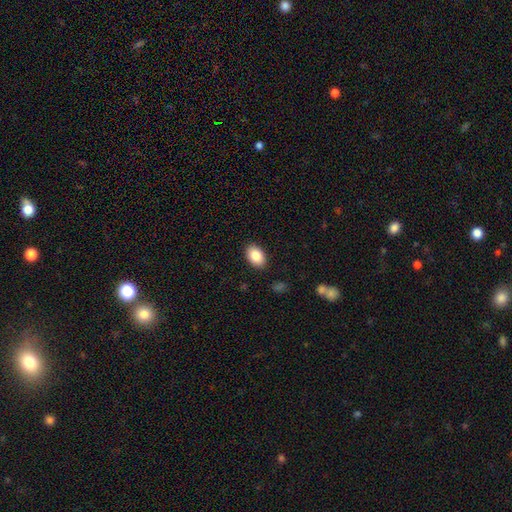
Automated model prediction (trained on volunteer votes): Smooth or featured?
  - smooth: 87% *
  - star or artifact: 7%
  - featured or disk: 6%
How rounded?
  - in between: 88% *
  - round: 11%
  - cigar-shaped: 1%
Merging?
  - none: 89% *
  - minor disturbance: 8%
  - major disturbance: 2%
  - merger: 1%